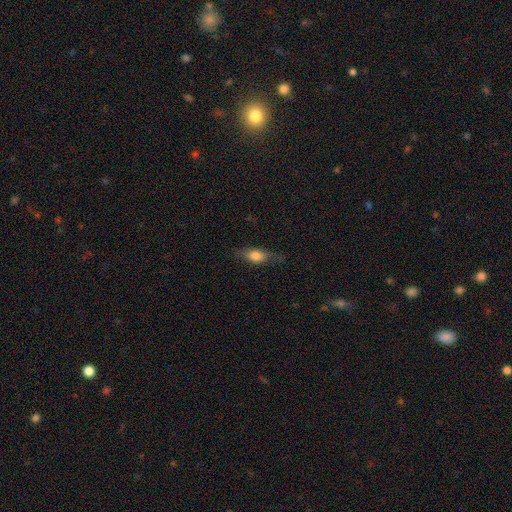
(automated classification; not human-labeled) The model was most divided on "smooth or featured": smooth: 66%, featured or disk: 26%, star or artifact: 8%. More confident: merging — none (71%); how rounded — in between (67%).